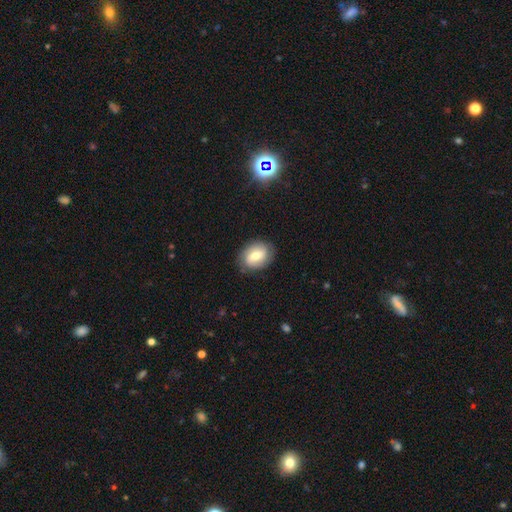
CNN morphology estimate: The model was most divided on "smooth or featured": smooth: 52%, featured or disk: 40%, star or artifact: 8%. More confident: merging — none (83%); how rounded — in between (66%).